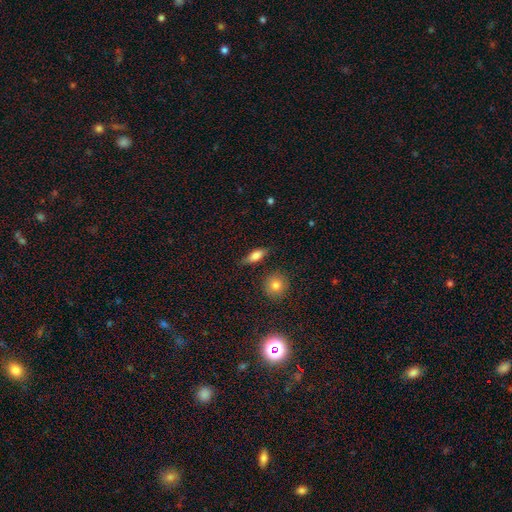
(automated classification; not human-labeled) Smooth or featured?
  - smooth: 74% *
  - featured or disk: 18%
  - star or artifact: 8%
How rounded?
  - in between: 70% *
  - cigar-shaped: 23%
  - round: 7%
Merging?
  - none: 79% *
  - minor disturbance: 15%
  - major disturbance: 4%
  - merger: 3%